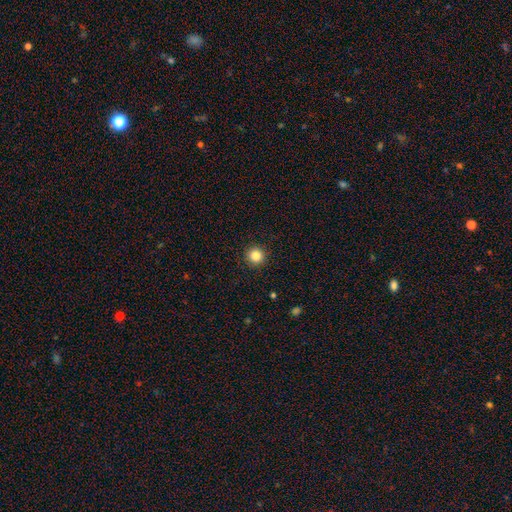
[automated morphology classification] Smooth or featured?
  - smooth: 84% *
  - star or artifact: 11%
  - featured or disk: 5%
How rounded?
  - round: 96% *
  - in between: 3%
  - cigar-shaped: 1%
Merging?
  - none: 93% *
  - minor disturbance: 5%
  - major disturbance: 2%
  - merger: 1%